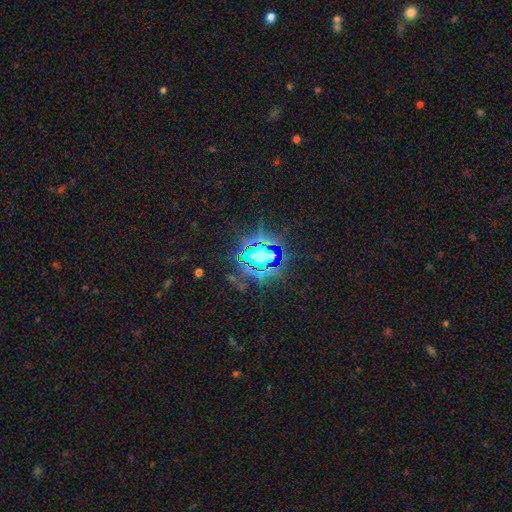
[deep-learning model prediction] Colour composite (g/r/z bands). It shows a star or artifact, not a galaxy (80%).